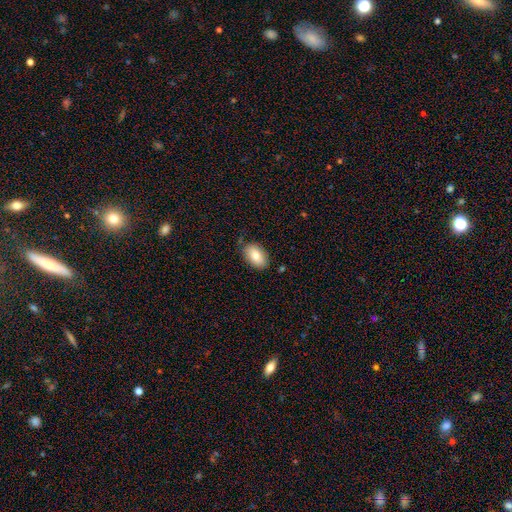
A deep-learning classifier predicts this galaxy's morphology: Smooth or featured? Predicted: smooth (p=0.80). How rounded? Predicted: in between (p=0.91). Merging? Predicted: none (p=0.81).